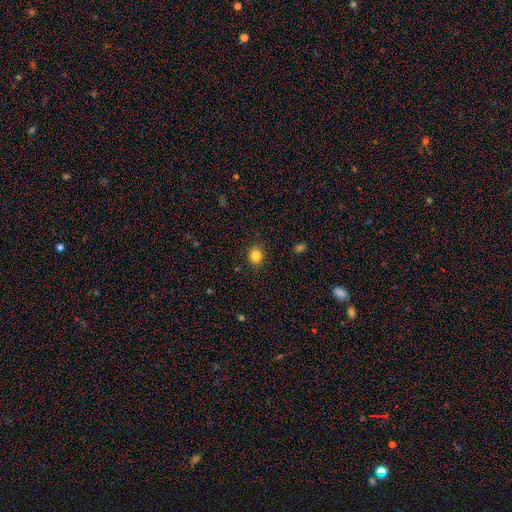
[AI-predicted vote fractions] Q: Smooth or featured?
A: smooth (84%); runner-up: star or artifact (11%)
Q: How rounded?
A: round (77%); runner-up: in between (22%)
Q: Merging?
A: none (87%); runner-up: minor disturbance (9%)